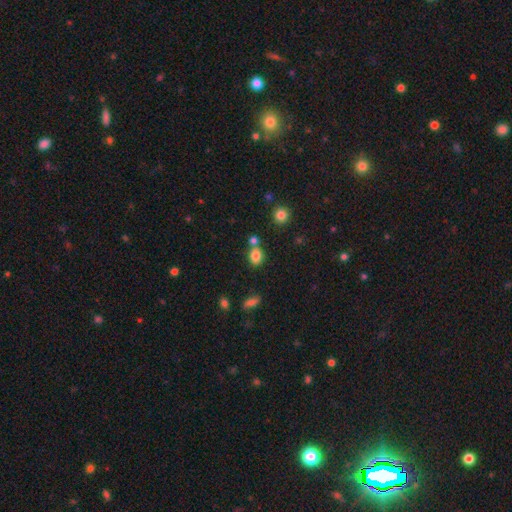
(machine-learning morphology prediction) The model was most divided on "how rounded": round: 50%, in between: 49%, cigar-shaped: 1%. More confident: smooth or featured — smooth (82%); merging — none (65%).